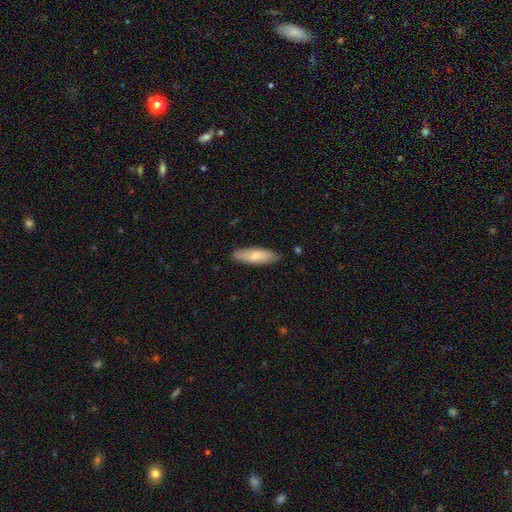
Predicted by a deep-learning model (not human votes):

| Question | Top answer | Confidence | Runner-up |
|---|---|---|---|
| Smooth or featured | smooth | 72% | featured or disk (22%) |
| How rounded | cigar-shaped | 53% | in between (45%) |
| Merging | none | 84% | minor disturbance (13%) |